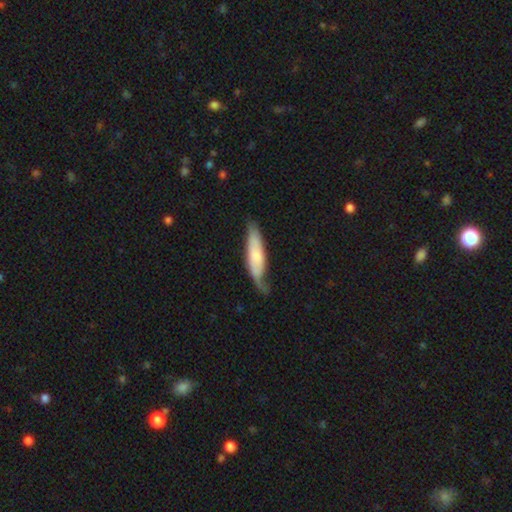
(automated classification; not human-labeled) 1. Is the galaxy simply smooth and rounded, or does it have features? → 58% smooth, 37% featured or disk, 5% star or artifact.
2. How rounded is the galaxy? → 63% cigar-shaped, 36% in between, 2% round.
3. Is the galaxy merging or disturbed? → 49% none, 34% minor disturbance, 15% major disturbance, 2% merger.